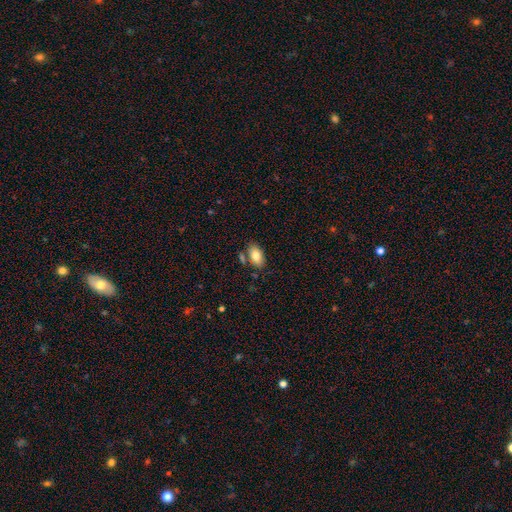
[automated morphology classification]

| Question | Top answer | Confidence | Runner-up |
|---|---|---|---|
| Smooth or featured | smooth | 82% | featured or disk (11%) |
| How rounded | in between | 92% | round (6%) |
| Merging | none | 74% | minor disturbance (13%) |